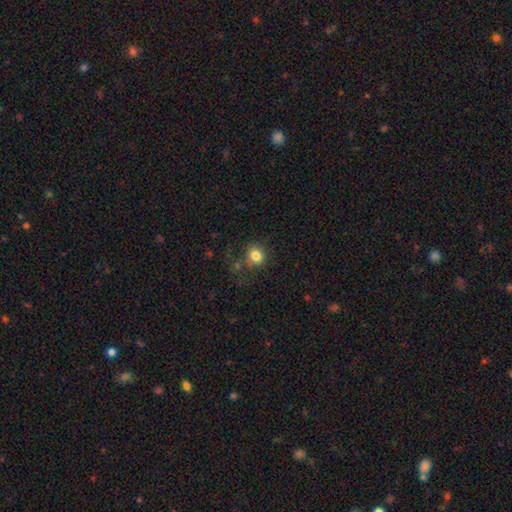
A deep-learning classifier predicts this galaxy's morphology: Smooth or featured? Predicted: smooth (p=0.82). How rounded? Predicted: round (p=0.78). Merging? Predicted: none (p=0.74).